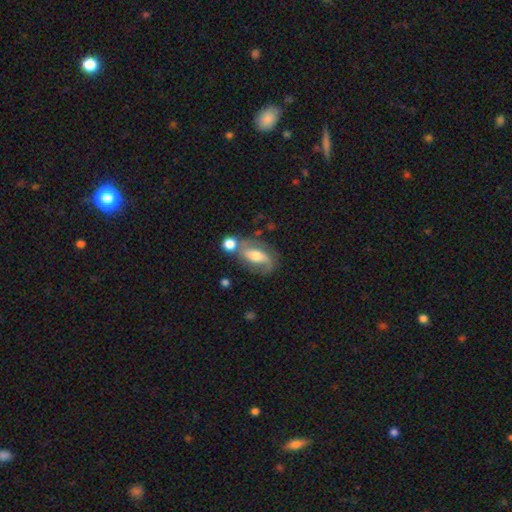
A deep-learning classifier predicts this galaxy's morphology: A featured or disk galaxy (69%) with a weak bar (37%), 2 (77%) loose (43%) spiral arms (88%) and a moderate central bulge (65%).

Vote fractions:
- Smooth or featured? featured or disk: 69% / smooth: 23% / star or artifact: 7%
- Edge-on disk? no: 92% / yes: 8%
- Bar? weak: 37% / no: 33% / strong: 30%
- Spiral arms? yes: 88% / no: 12%
- Spiral winding? loose: 43% / medium: 41% / tight: 16%
- Spiral arm count? 2: 77% / 1: 14% / can't tell: 7% / 3: 1% / 4: 1% / more than 4: 1%
- Bulge size? moderate: 65% / small: 16% / large: 16% / none: 2% / dominant: 2%
- Merging? none: 55% / minor disturbance: 18% / merger: 16% / major disturbance: 10%